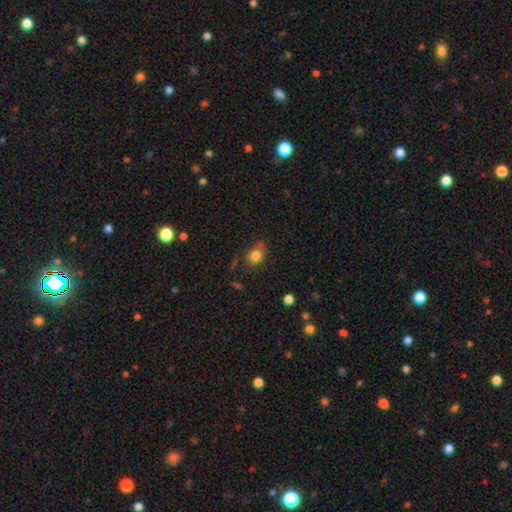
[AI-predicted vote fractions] Smooth or featured? smooth (79%)
How rounded? in between (49%, tied with round)
Merging? none (60%)